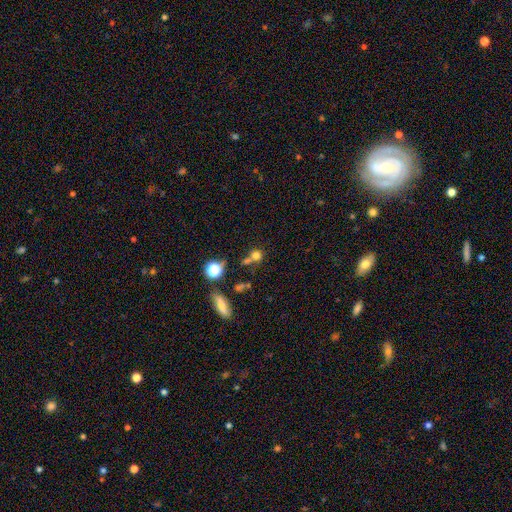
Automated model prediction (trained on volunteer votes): Overall: smooth (70%). How rounded: round (78%). Merging: none (47%; merger 36%).